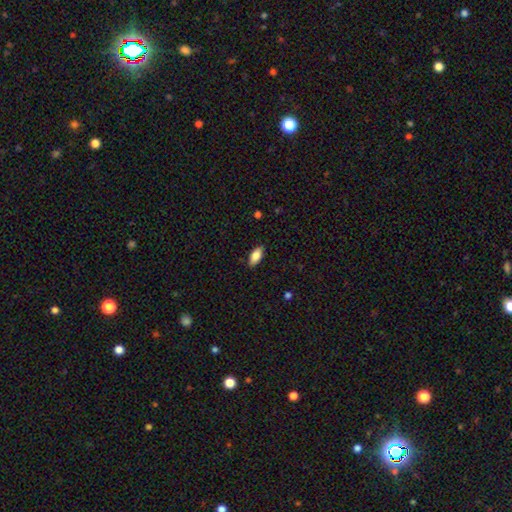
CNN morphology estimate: This appears to be a smooth galaxy with no disk features (84%) that is in between round and cigar-shaped (88%). Merging: none (86%).